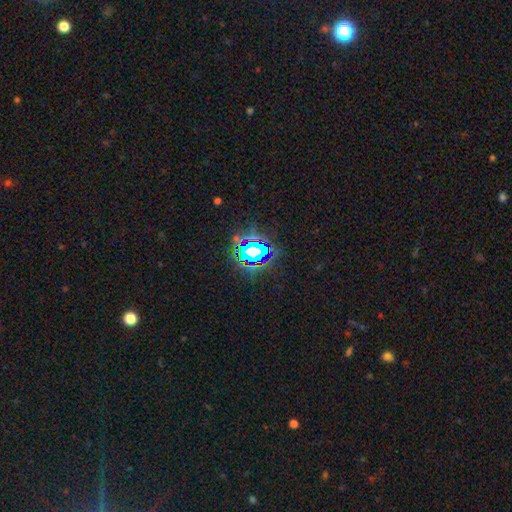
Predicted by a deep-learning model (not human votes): This is likely a star or artifact rather than a galaxy (71%).